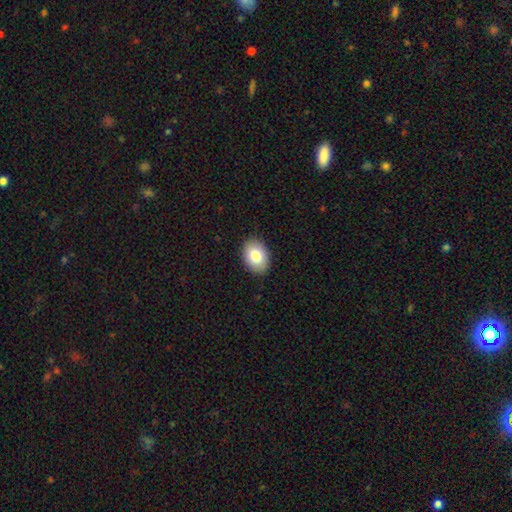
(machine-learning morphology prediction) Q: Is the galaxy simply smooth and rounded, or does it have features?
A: smooth — 81%.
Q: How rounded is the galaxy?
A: in between — 81%.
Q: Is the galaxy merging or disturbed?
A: none — 89%.